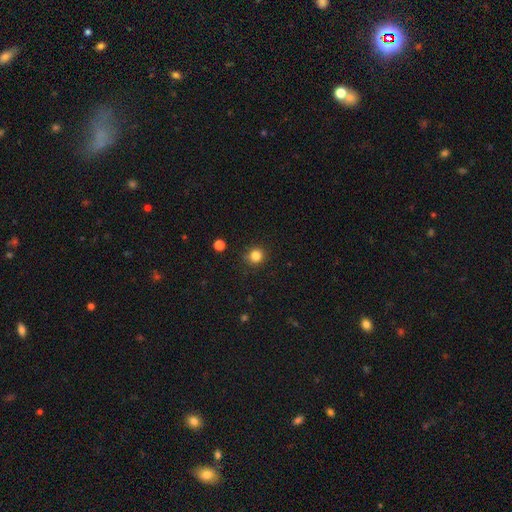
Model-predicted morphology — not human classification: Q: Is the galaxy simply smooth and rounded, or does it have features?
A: smooth — 83%.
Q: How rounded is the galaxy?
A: round — 90%.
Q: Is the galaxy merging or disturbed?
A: none — 88%.